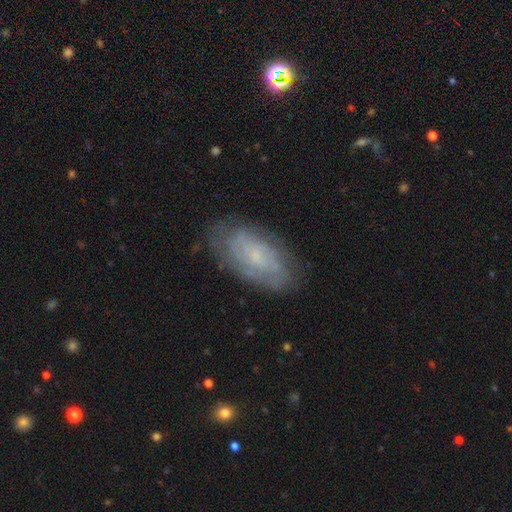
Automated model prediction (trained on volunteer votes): Overall: featured or disk (64%; smooth 28%). Edge-on disk: no (93%). Bar: no (67%; weak 28%). Spiral arms: yes (83%). Bulge size: small (70%). Merging: none (76%).